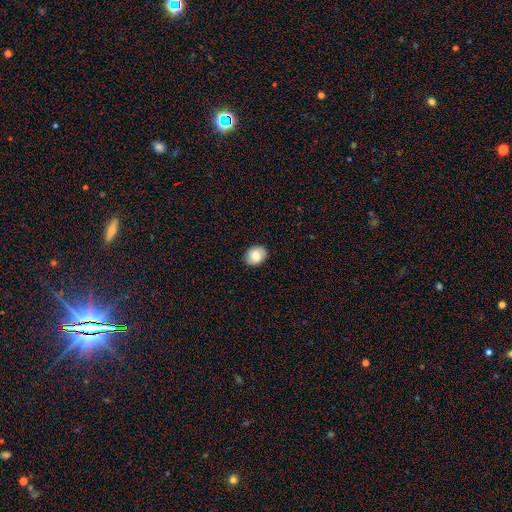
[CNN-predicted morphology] This is likely a smooth galaxy (78%). How rounded: possibly round (50%). Merging: clearly none (87%).